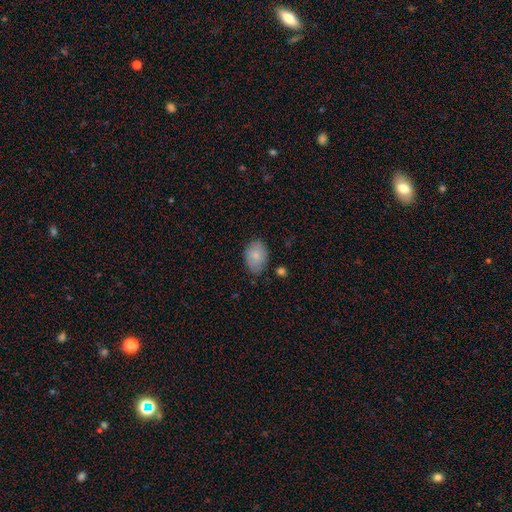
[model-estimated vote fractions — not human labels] A smooth galaxy with no disk features (84%) that is in between round and cigar-shaped (85%). Merging: none (76%).